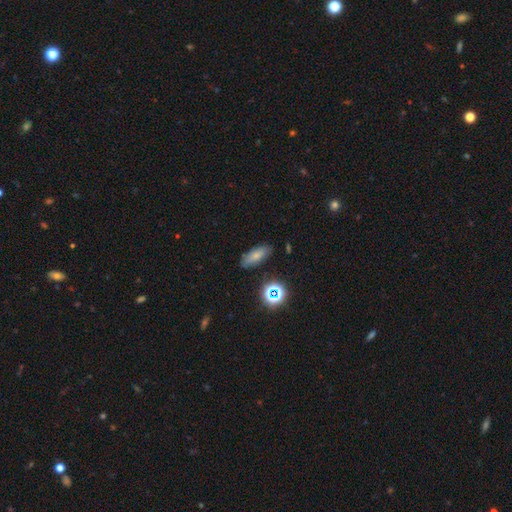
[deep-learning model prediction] Q: Smooth or featured?
A: smooth (72%); runner-up: star or artifact (14%)
Q: How rounded?
A: in between (68%); runner-up: cigar-shaped (26%)
Q: Merging?
A: none (82%); runner-up: minor disturbance (12%)